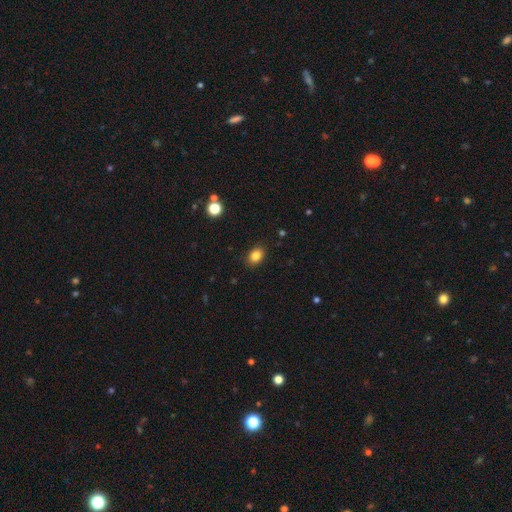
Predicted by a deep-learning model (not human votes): Smooth or featured? smooth (84%)
How rounded? in between (69%)
Merging? none (88%)